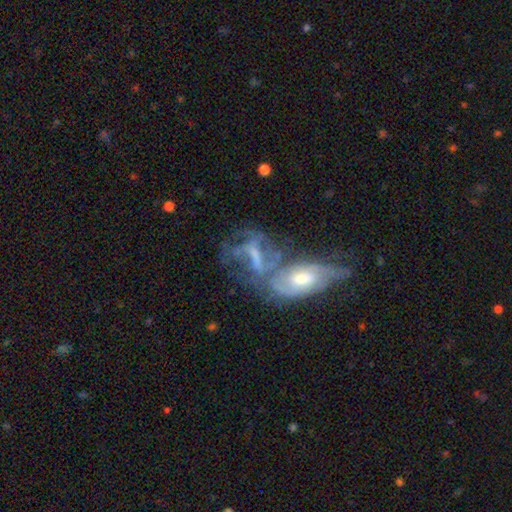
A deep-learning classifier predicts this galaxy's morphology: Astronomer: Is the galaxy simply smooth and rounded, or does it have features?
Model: featured or disk — 70%.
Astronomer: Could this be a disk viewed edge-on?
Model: no — 92%.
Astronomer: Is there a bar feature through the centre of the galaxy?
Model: weak — 40% (runner-up: no, 32%).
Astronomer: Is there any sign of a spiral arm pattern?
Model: yes — 72%.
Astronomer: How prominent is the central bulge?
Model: moderate — 40% (runner-up: small, 28%).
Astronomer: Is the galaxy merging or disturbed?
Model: merger — 55%.